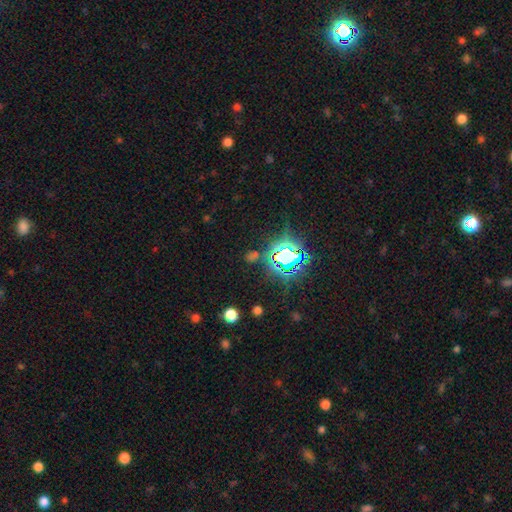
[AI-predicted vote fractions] smooth_or_featured: star or artifact (p=0.76) [alt: smooth p=0.16]